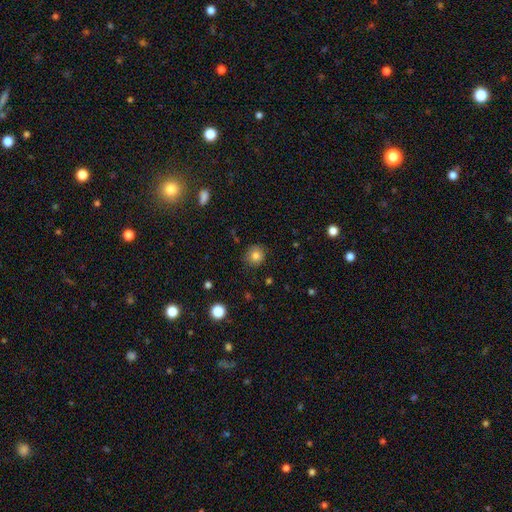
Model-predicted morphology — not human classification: smooth_or_featured: smooth (p=0.81) [alt: star or artifact p=0.11]
how_rounded: round (p=0.88) [alt: in between p=0.11]
merging: none (p=0.83) [alt: minor disturbance p=0.13]